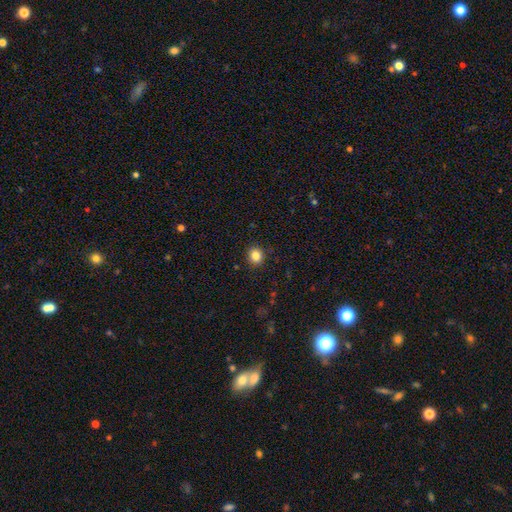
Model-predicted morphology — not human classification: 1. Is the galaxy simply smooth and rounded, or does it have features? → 84% smooth, 11% star or artifact, 5% featured or disk.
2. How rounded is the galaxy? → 79% round, 20% in between, 1% cigar-shaped.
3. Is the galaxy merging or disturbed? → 91% none, 6% minor disturbance, 2% major disturbance, 1% merger.